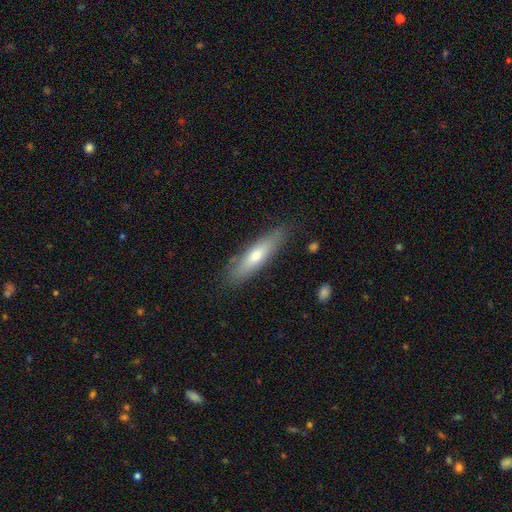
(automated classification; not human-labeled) Smooth or featured? smooth (51%)
How rounded? cigar-shaped (75%)
Merging? none (85%)